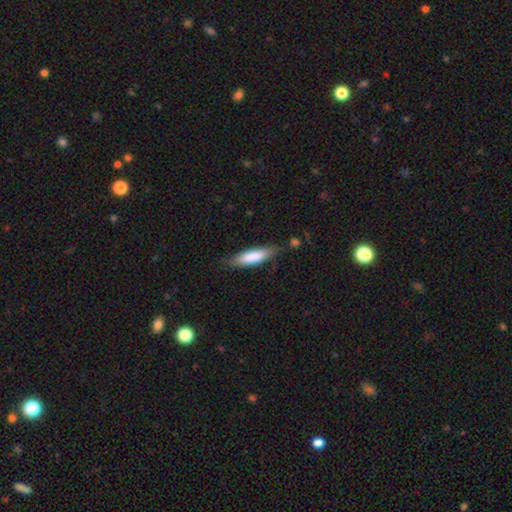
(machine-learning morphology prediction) A smooth galaxy with no disk features (82%) that is cigar-shaped (62%). Merging: none (79%).